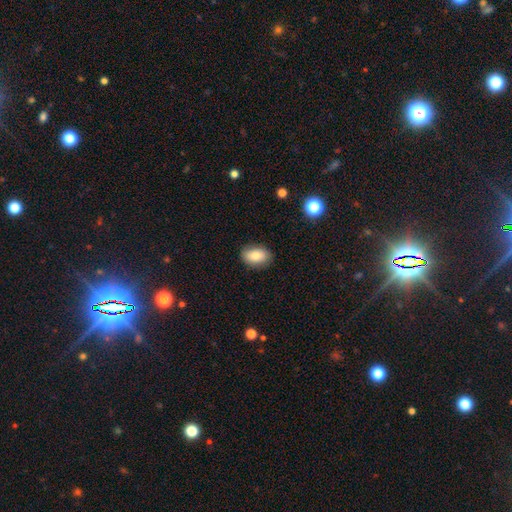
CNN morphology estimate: A smooth galaxy with no disk features (82%) that is in between round and cigar-shaped (86%).

Vote fractions:
- Smooth or featured? smooth: 82% / featured or disk: 10% / star or artifact: 8%
- How rounded? in between: 86% / round: 12% / cigar-shaped: 1%
- Merging? none: 86% / minor disturbance: 10% / major disturbance: 2% / merger: 1%